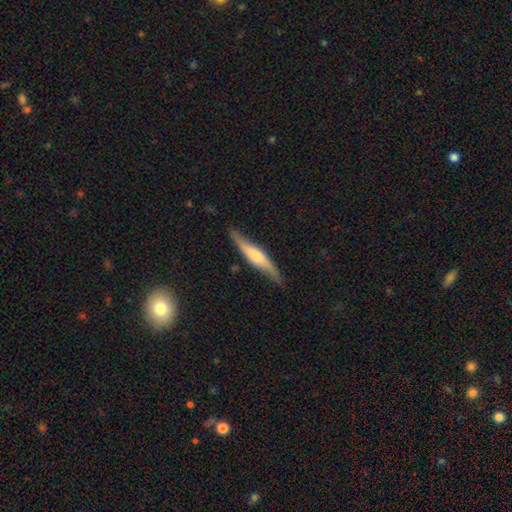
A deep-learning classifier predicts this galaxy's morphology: This appears to be a featured or disk galaxy (53%) viewed edge-on (86%). Merging: none (83%).